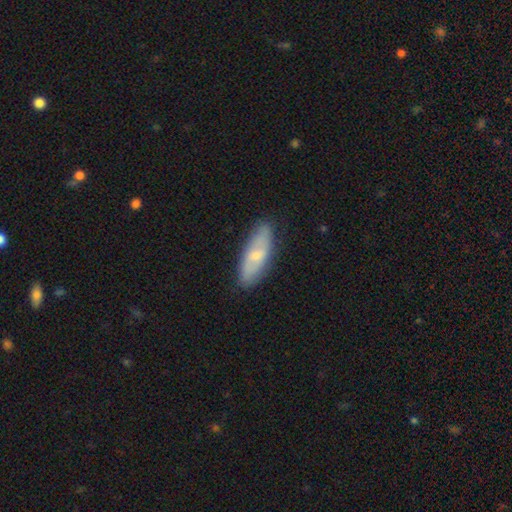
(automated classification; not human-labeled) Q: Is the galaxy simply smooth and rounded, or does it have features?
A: smooth — 56%.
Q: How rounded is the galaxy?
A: in between — 63%.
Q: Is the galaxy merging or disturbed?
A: none — 82%.